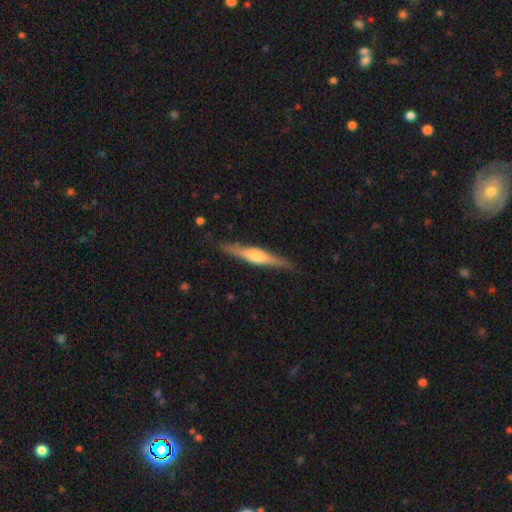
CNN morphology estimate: This appears to be a featured or disk galaxy (65%) viewed edge-on (96%) with a rounded central bulge (80%). Merging: none (87%).